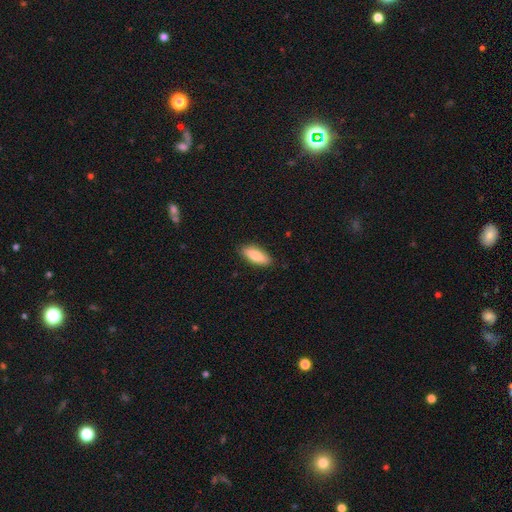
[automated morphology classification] type=smooth (82%); roundness=in between (69%); merging=none (87%).